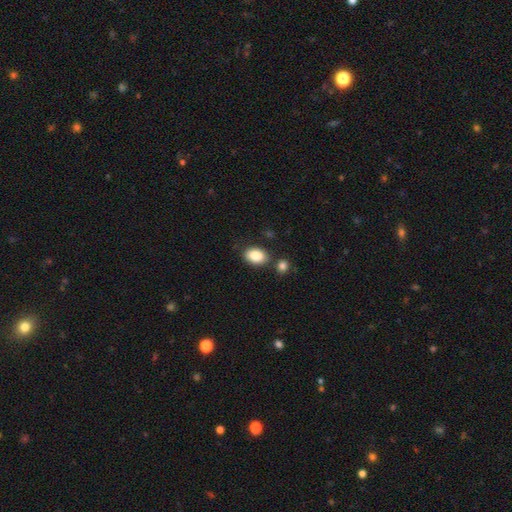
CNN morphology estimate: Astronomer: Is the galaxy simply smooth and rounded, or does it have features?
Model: smooth — 87%.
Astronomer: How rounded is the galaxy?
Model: in between — 83%.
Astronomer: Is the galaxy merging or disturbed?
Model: none — 74%.